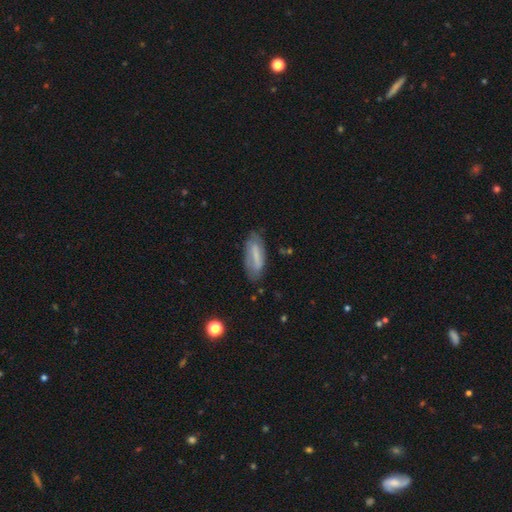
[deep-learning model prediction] smooth 57%, featured or disk 36%, star or artifact 8%. Down the decision tree: how rounded — in between (67%); merging — none (69%).